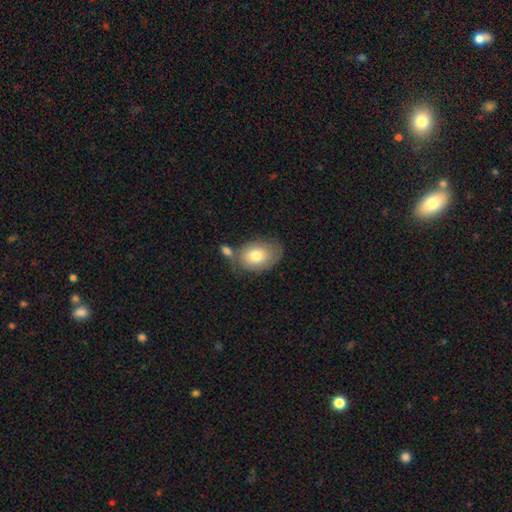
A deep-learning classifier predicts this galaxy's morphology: Smooth or featured? smooth (74%)
How rounded? in between (76%)
Merging? none (52%)